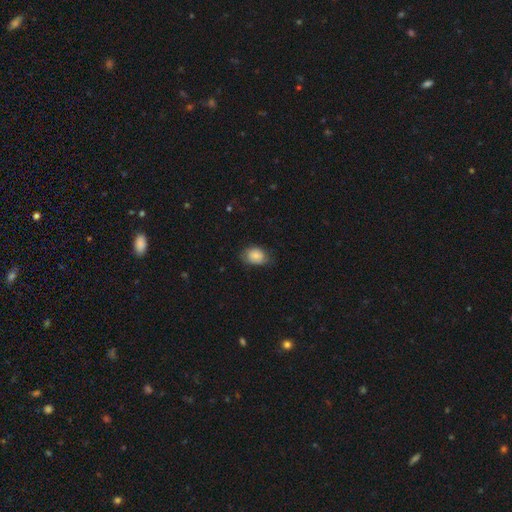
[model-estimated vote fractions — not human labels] smooth 83%, featured or disk 9%, star or artifact 8%. Down the decision tree: how rounded — in between (70%); merging — none (64%).